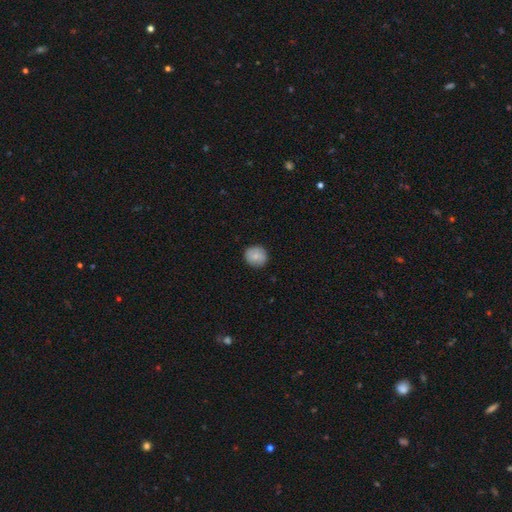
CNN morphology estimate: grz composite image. It shows a smooth galaxy with no disk features (78%) that is round (90%). Merging: none (86%).